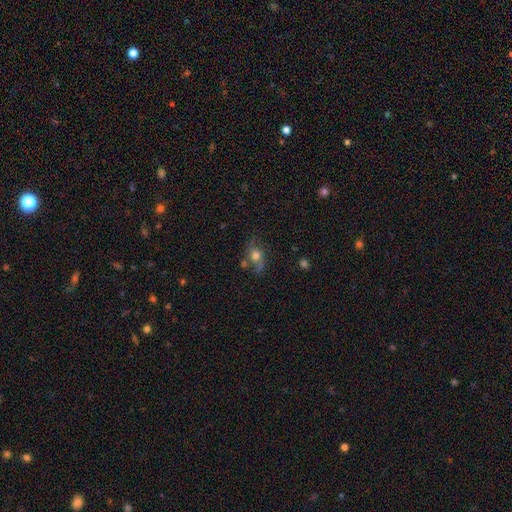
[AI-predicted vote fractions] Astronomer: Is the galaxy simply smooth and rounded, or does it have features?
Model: smooth — 47% (runner-up: featured or disk, 39%).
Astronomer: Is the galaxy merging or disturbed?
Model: none — 55%.